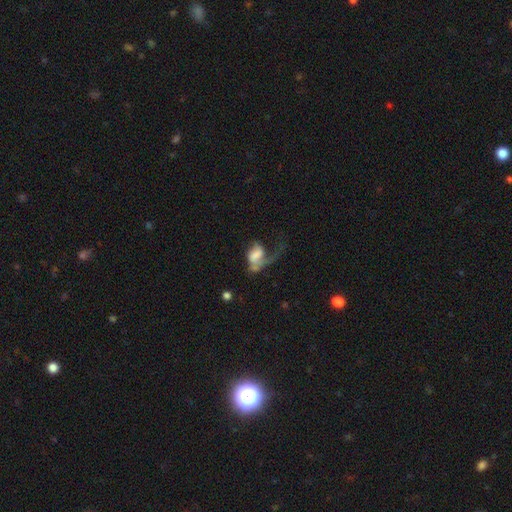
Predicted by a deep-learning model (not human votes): This appears to be a featured or disk galaxy (53%) with no bar (55%), spiral arms (68%) and no central bulge (34%). Merging: major disturbance (58%).